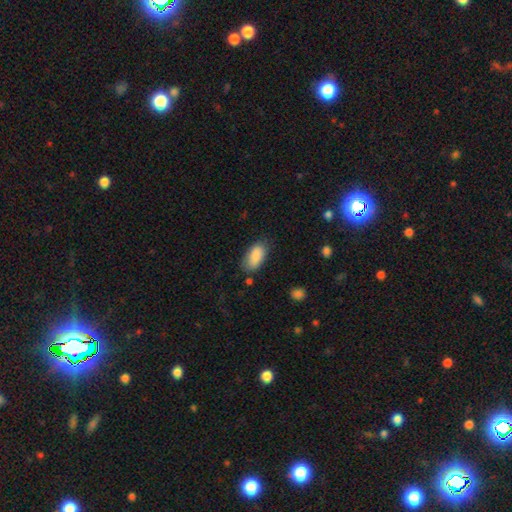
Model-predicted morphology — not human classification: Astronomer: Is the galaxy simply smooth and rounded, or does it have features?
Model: smooth — 88%.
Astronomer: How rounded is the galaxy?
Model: in between — 92%.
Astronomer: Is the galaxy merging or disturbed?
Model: none — 73%.